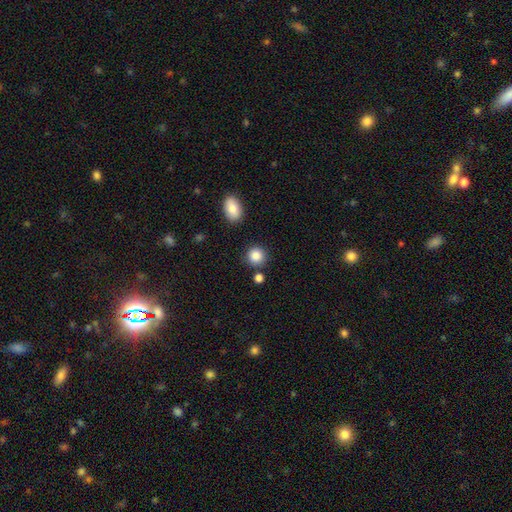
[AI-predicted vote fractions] The model was most divided on "smooth or featured": smooth: 86%, star or artifact: 9%, featured or disk: 4%. More confident: how rounded — round (89%); merging — none (85%).